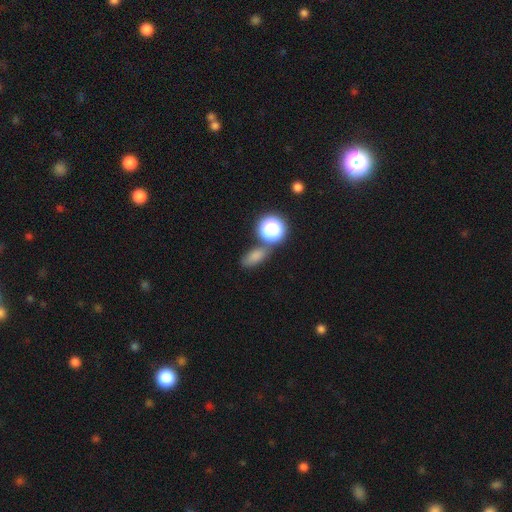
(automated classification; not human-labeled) This is likely a smooth galaxy (72%). How rounded: likely in between (69%). Merging: likely none (64%).